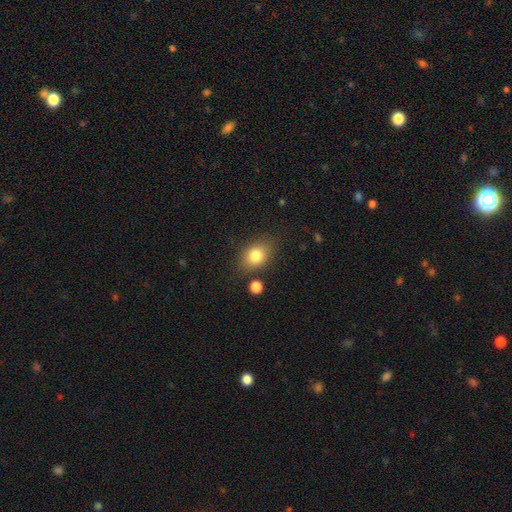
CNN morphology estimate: Smooth or featured? smooth (81%)
How rounded? in between (64%)
Merging? none (76%)